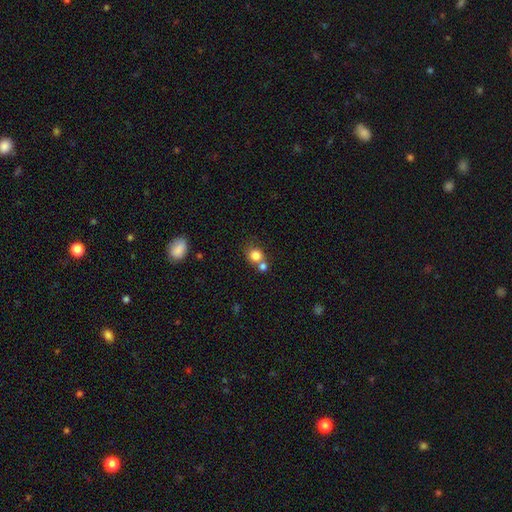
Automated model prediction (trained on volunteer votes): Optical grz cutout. It shows a smooth galaxy with no disk features (82%) that is round (80%). Merging: none (50%).